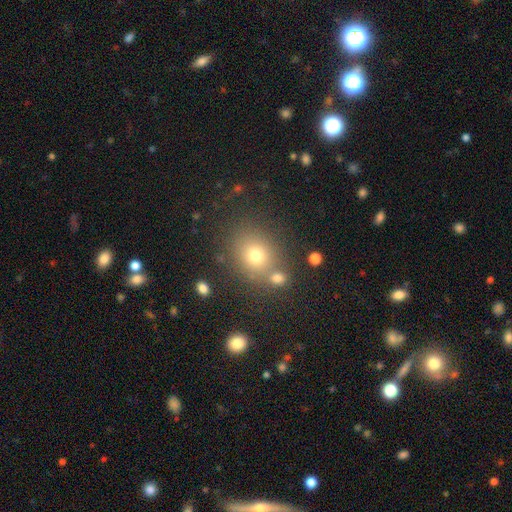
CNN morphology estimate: smooth_or_featured: smooth (p=0.70) [alt: star or artifact p=0.18]
how_rounded: round (p=0.66) [alt: in between p=0.33]
merging: none (p=0.69) [alt: merger p=0.16]